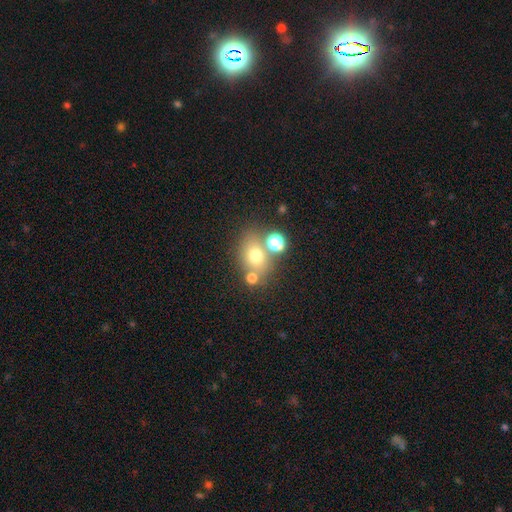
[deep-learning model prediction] Smooth or featured? Predicted: smooth (p=0.67). How rounded? Predicted: in between (p=0.51). Merging? Predicted: none (p=0.62).